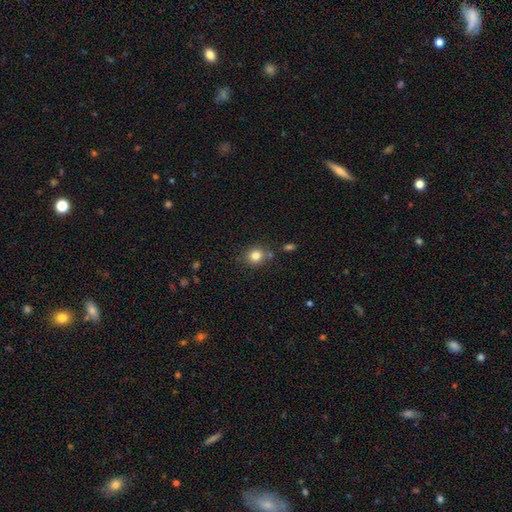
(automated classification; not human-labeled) Smooth or featured? Predicted: smooth (p=0.82). How rounded? Predicted: round (p=0.79). Merging? Predicted: none (p=0.77).